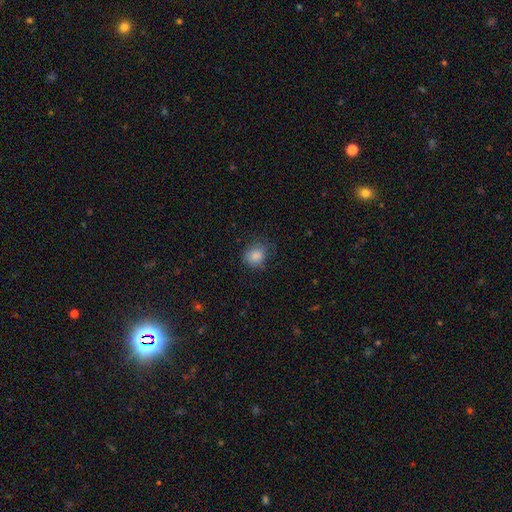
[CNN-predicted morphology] smooth 85%, star or artifact 9%, featured or disk 6%. Down the decision tree: how rounded — round (70%); merging — none (66%).